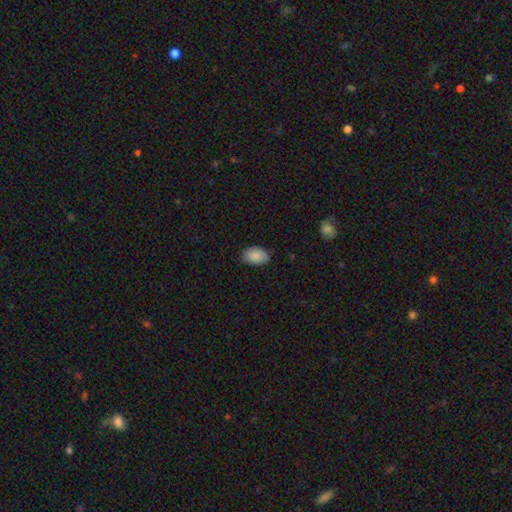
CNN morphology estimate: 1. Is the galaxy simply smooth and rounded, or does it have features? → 89% smooth, 7% star or artifact, 4% featured or disk.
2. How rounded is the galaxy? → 90% in between, 9% round, 1% cigar-shaped.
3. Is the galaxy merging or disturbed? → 79% none, 17% minor disturbance, 3% major disturbance, 1% merger.